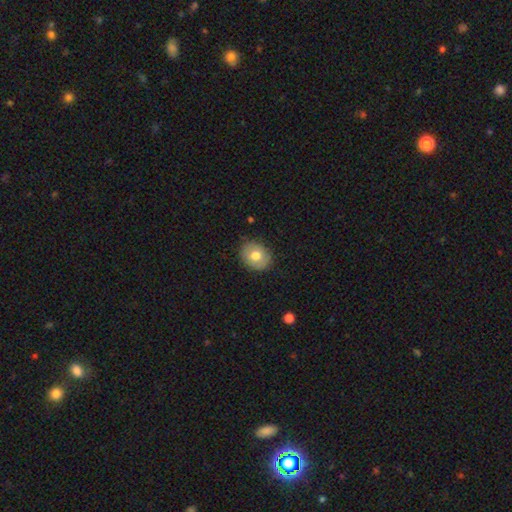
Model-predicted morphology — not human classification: This is likely a smooth galaxy (71%). How rounded: possibly round (52%). Merging: clearly none (85%).